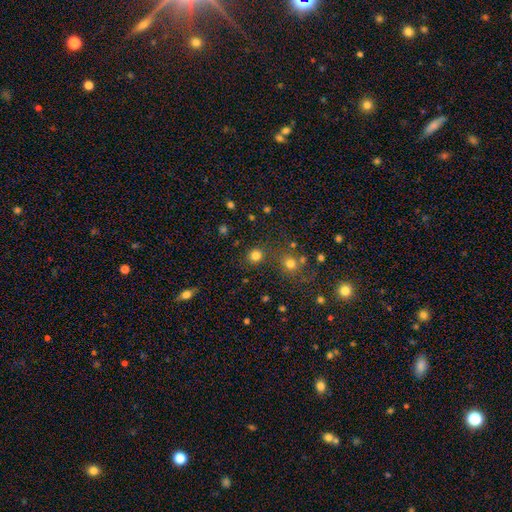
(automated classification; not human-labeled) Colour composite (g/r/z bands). It shows a smooth galaxy with no disk features (81%) that is round (87%). Merging: none (83%).